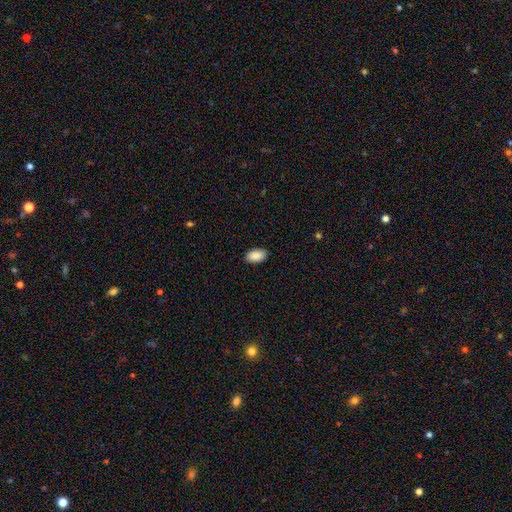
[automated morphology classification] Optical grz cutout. It shows a smooth galaxy with no disk features (90%) that is in between round and cigar-shaped (95%). Merging: none (90%).